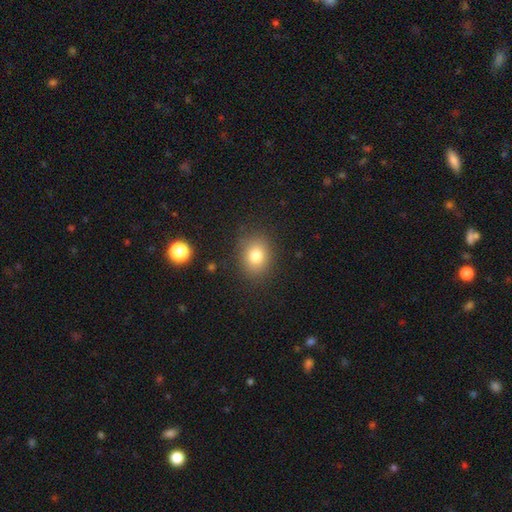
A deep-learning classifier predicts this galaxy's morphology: type=smooth (79%); roundness=round (54%); merging=none (85%).